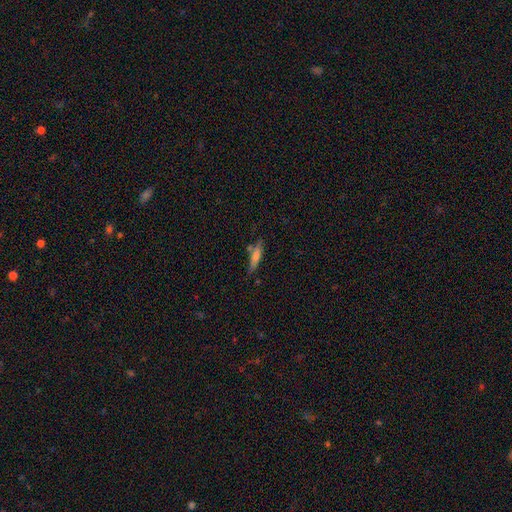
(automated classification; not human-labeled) Q: Smooth or featured?
A: smooth (64%); runner-up: featured or disk (28%)
Q: How rounded?
A: cigar-shaped (76%); runner-up: in between (22%)
Q: Merging?
A: none (71%); runner-up: minor disturbance (17%)